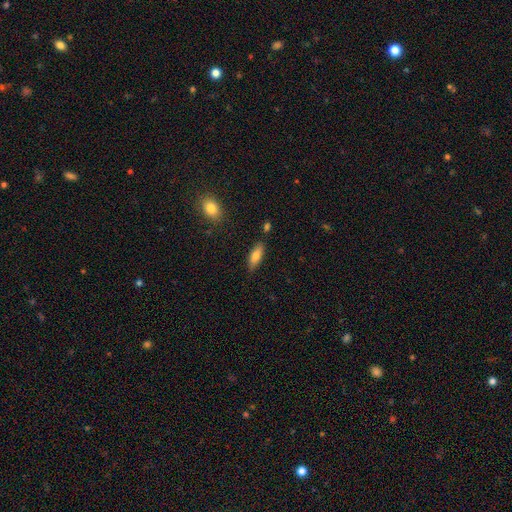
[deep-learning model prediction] smooth_or_featured: smooth (p=0.74) [alt: featured or disk p=0.19]
how_rounded: in between (p=0.64) [alt: cigar-shaped p=0.33]
merging: none (p=0.81) [alt: minor disturbance p=0.13]